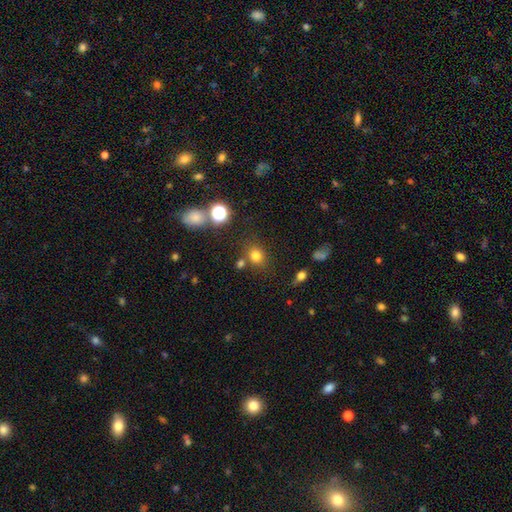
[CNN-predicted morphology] Overall: smooth (76%). How rounded: round (66%; in between 33%). Merging: none (74%).